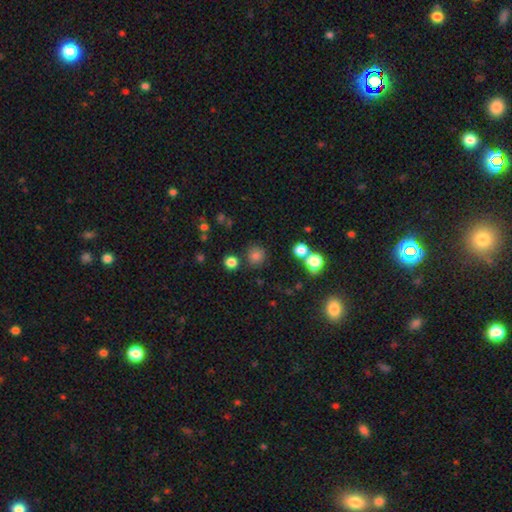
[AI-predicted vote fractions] This is likely a smooth galaxy (79%). How rounded: clearly round (90%). Merging: clearly none (82%).